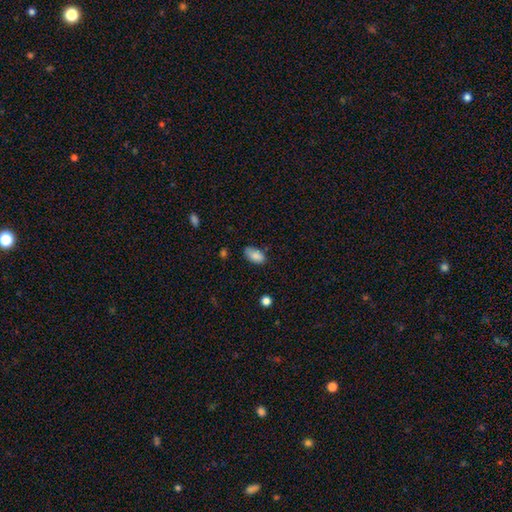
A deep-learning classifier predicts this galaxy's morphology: smooth_or_featured: smooth (p=0.85) [alt: star or artifact p=0.08]
how_rounded: in between (p=0.93) [alt: round p=0.04]
merging: none (p=0.71) [alt: minor disturbance p=0.23]